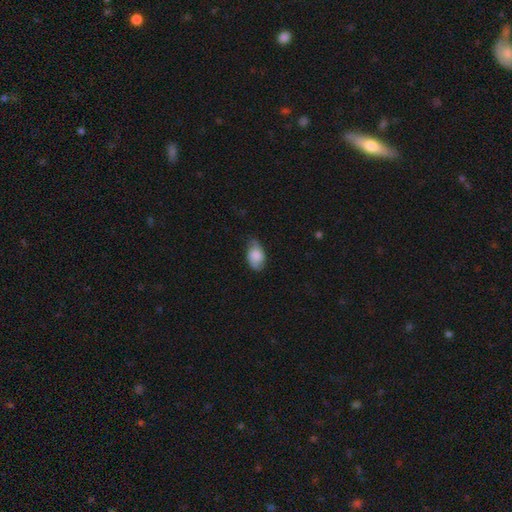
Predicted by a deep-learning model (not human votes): A smooth galaxy with no disk features (64%) that is in between round and cigar-shaped (90%).

Vote fractions:
- Smooth or featured? smooth: 64% / featured or disk: 28% / star or artifact: 8%
- How rounded? in between: 90% / round: 8% / cigar-shaped: 2%
- Merging? none: 65% / minor disturbance: 27% / major disturbance: 6% / merger: 1%